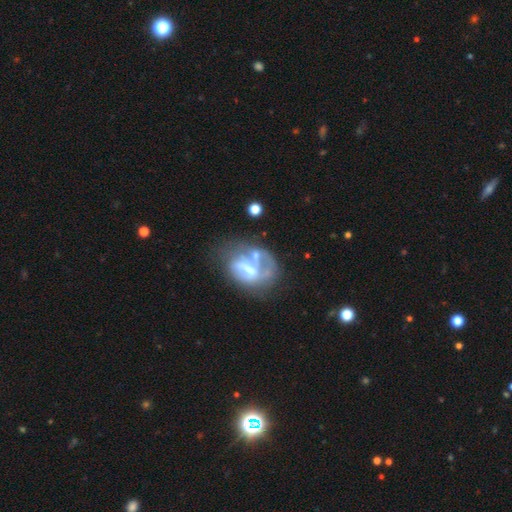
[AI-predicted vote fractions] A featured or disk galaxy (65%) with a weak bar (40%), no spiral arms (51%) and a moderate central bulge (43%). Merging: major disturbance (30%, tied with none).